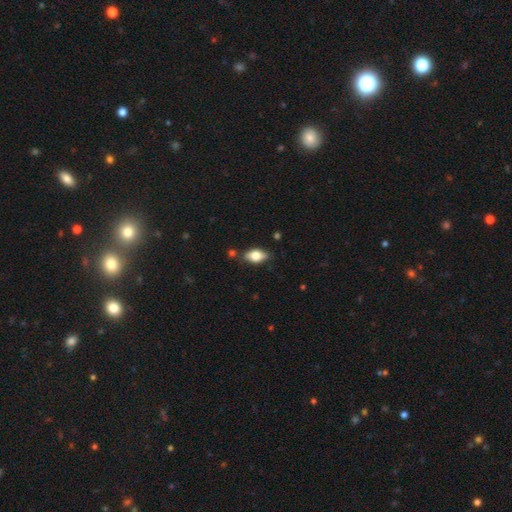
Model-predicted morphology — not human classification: A smooth galaxy with no disk features (70%) that is in between round and cigar-shaped (88%).

Vote fractions:
- Smooth or featured? smooth: 70% / featured or disk: 22% / star or artifact: 7%
- How rounded? in between: 88% / cigar-shaped: 7% / round: 5%
- Merging? none: 79% / minor disturbance: 14% / merger: 4% / major disturbance: 3%